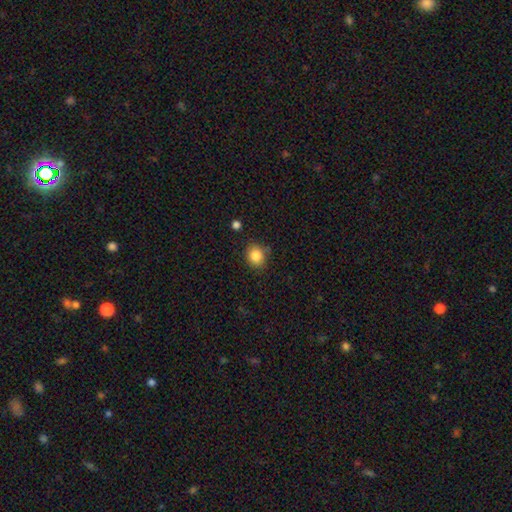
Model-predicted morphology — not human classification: Smooth or featured?
  - smooth: 85% *
  - star or artifact: 10%
  - featured or disk: 5%
How rounded?
  - round: 66% *
  - in between: 34%
  - cigar-shaped: 1%
Merging?
  - none: 80% *
  - minor disturbance: 14%
  - merger: 3%
  - major disturbance: 3%